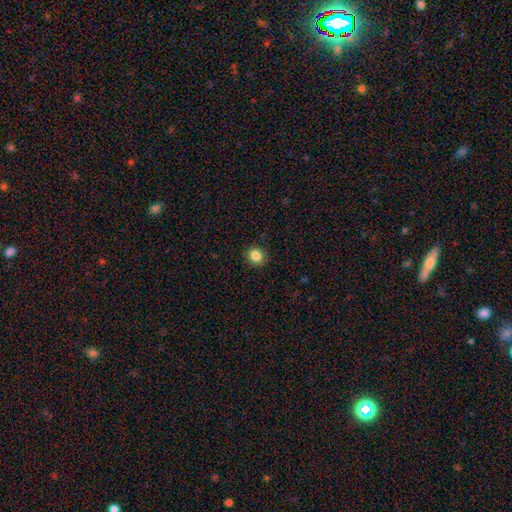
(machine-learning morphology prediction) type=smooth (85%); roundness=round (84%); merging=none (91%).